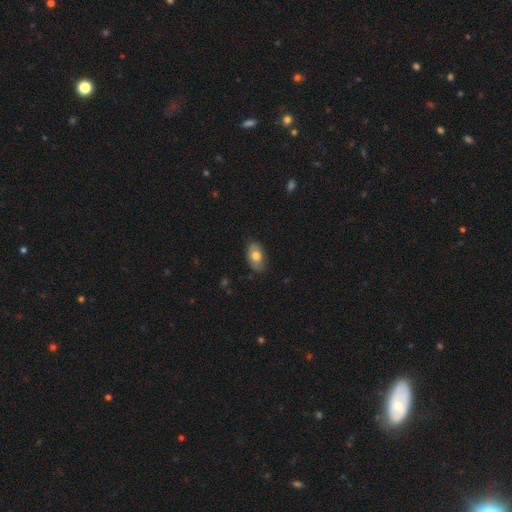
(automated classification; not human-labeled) A smooth galaxy with no disk features (74%) that is in between round and cigar-shaped (91%). Merging: none (81%).